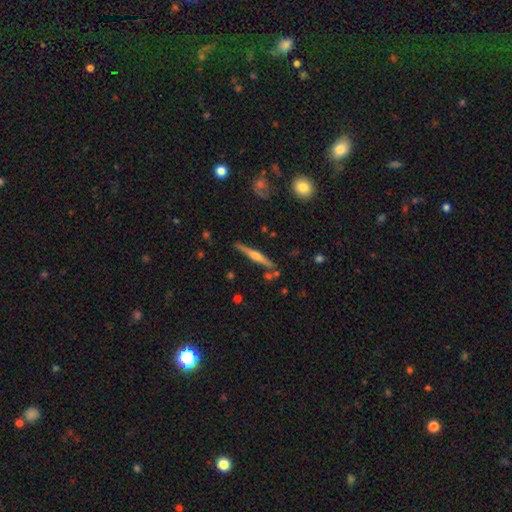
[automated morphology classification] smooth-or-featured: featured or disk: 66% | smooth: 28% | star or artifact: 6%
  disk-edge-on: yes: 97% | no: 3%
    edge-on-bulge: rounded: 82% | boxy: 9% | none: 9%
  merging: none: 84% | minor disturbance: 10% | merger: 4% | major disturbance: 2%